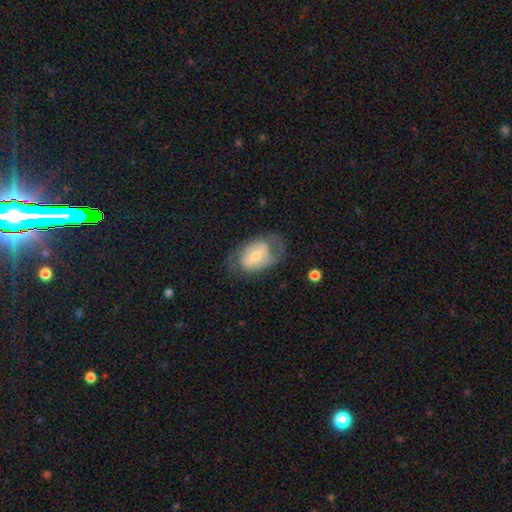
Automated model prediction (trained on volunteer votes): This appears to be a featured or disk galaxy (54%) with a weak bar (42%), spiral arms (59%) and a moderate central bulge (57%). Merging: none (57%).